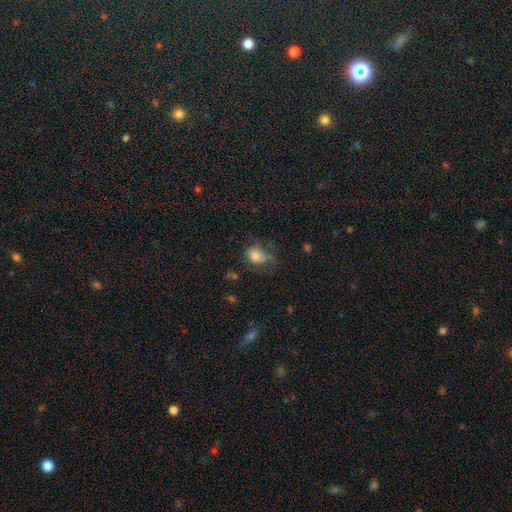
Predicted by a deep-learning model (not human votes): A smooth galaxy with no disk features (71%) that is in between round and cigar-shaped (51%). Merging: none (49%).